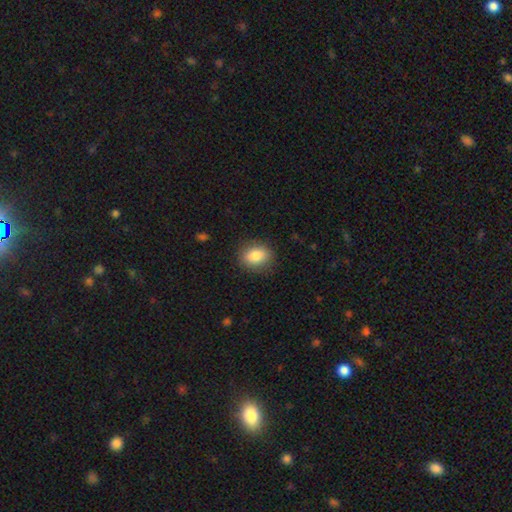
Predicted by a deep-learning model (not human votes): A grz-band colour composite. It shows a smooth galaxy with no disk features (84%) that is in between round and cigar-shaped (54%). Merging: none (86%).